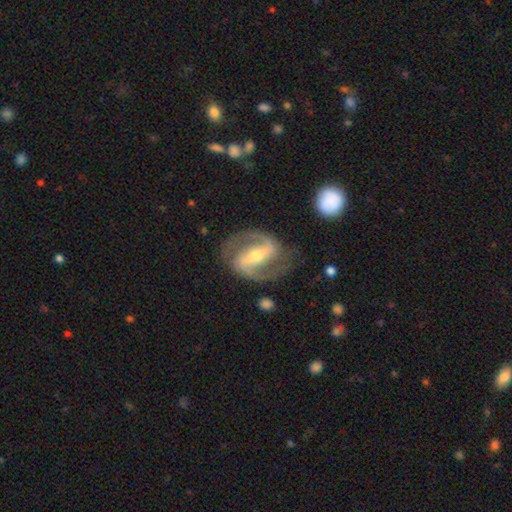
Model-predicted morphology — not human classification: This is clearly a featured or disk galaxy (92%). It is clearly not viewed edge-on (97%). Bar: likely strong (67%). Spiral arm pattern: clearly yes (97%). Spiral arm count: clearly 2 (94%). Spiral winding: possibly medium (59%). Central bulge: possibly moderate (51%). Merging: clearly none (82%).